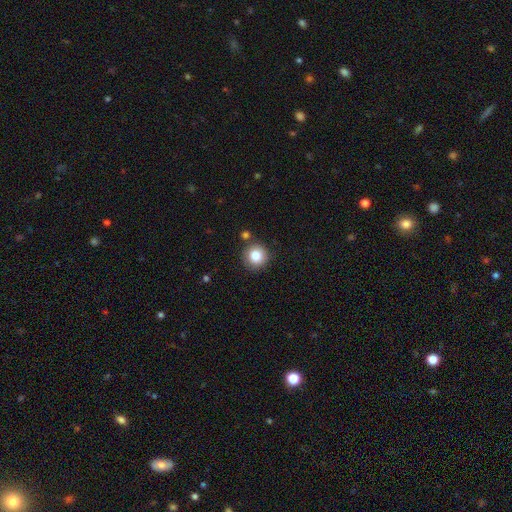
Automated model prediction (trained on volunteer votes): smooth 81%, star or artifact 11%, featured or disk 8%. Down the decision tree: how rounded — round (94%); merging — none (84%).